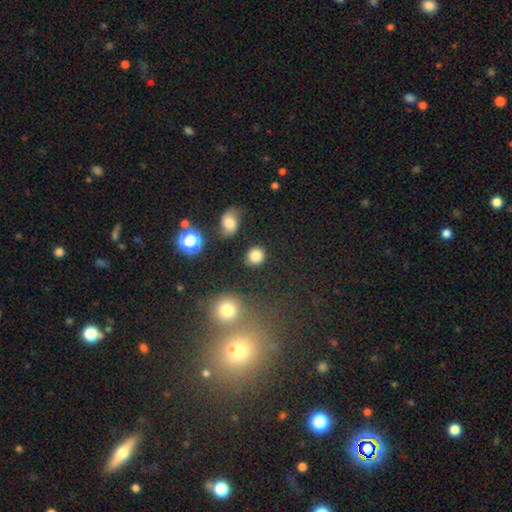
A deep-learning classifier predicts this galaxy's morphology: Q: Smooth or featured?
A: smooth (83%); runner-up: star or artifact (11%)
Q: How rounded?
A: round (81%); runner-up: in between (18%)
Q: Merging?
A: none (84%); runner-up: minor disturbance (10%)